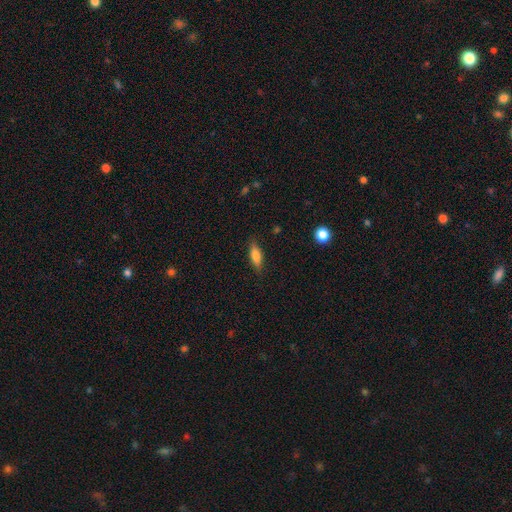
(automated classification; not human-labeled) Smooth or featured: smooth — 73% (featured or disk — 20%)
How rounded: in between — 52% (cigar-shaped — 46%)
Merging: none — 85% (minor disturbance — 11%)